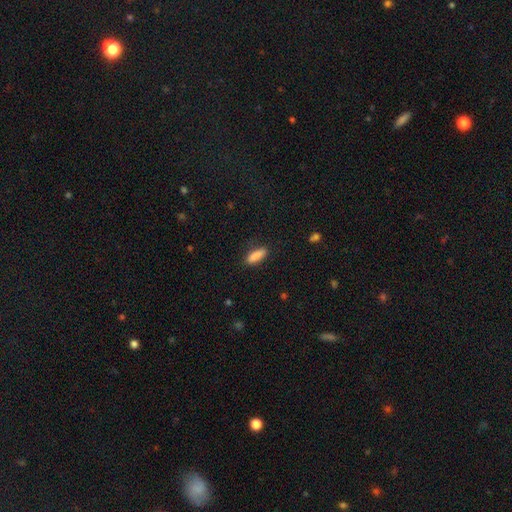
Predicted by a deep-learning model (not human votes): smooth 88%, star or artifact 7%, featured or disk 5%. Down the decision tree: how rounded — in between (52%); merging — none (85%).